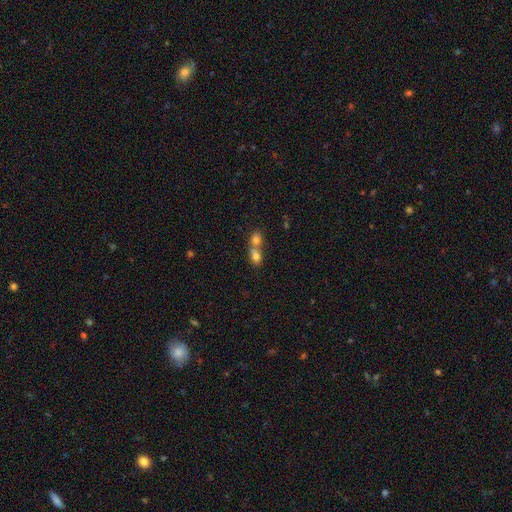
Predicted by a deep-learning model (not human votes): A smooth galaxy with no disk features (76%) that is in between round and cigar-shaped (54%).

Vote fractions:
- Smooth or featured? smooth: 76% / featured or disk: 13% / star or artifact: 11%
- How rounded? in between: 54% / round: 44% / cigar-shaped: 2%
- Merging? merger: 69% / none: 23% / minor disturbance: 5% / major disturbance: 3%